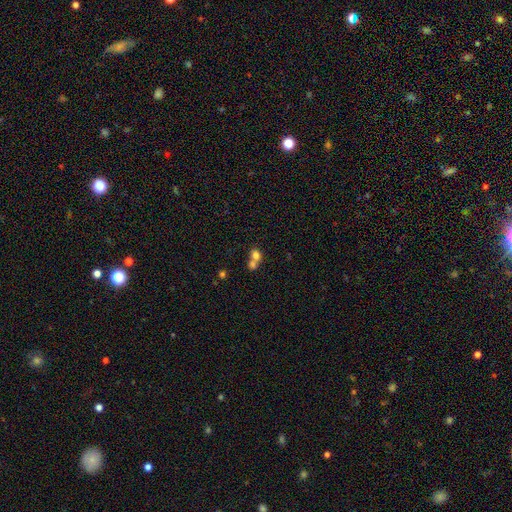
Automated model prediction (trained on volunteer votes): A smooth galaxy with no disk features (66%) that is round (63%). Merging: merger (58%).